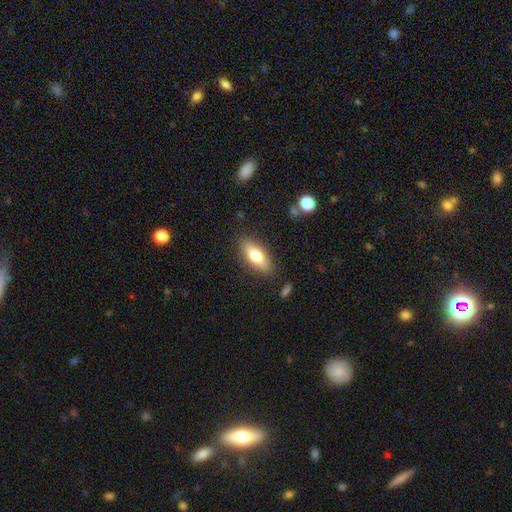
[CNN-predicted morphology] The model was most divided on "how rounded": in between: 76%, cigar-shaped: 21%, round: 3%. More confident: merging — none (84%); smooth or featured — smooth (75%).